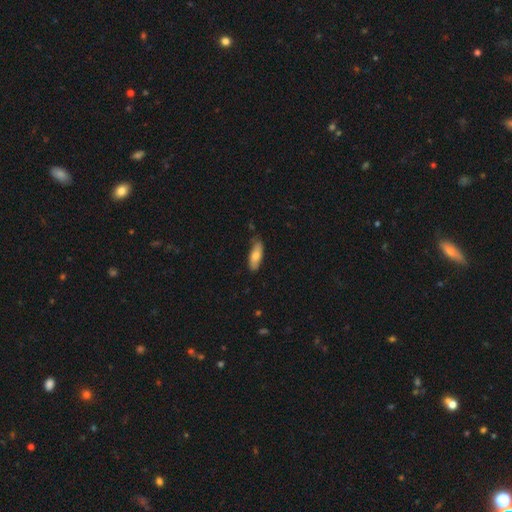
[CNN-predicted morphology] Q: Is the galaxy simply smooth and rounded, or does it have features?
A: smooth — 75%.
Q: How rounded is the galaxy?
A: in between — 62%.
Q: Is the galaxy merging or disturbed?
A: none — 75%.